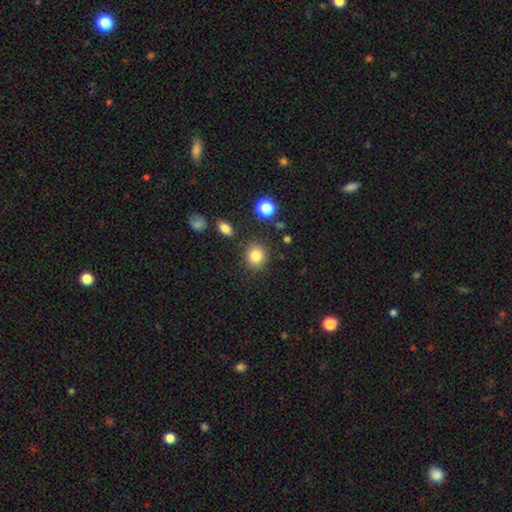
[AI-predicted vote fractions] This is clearly a smooth galaxy (83%). How rounded: clearly round (84%). Merging: clearly none (85%).